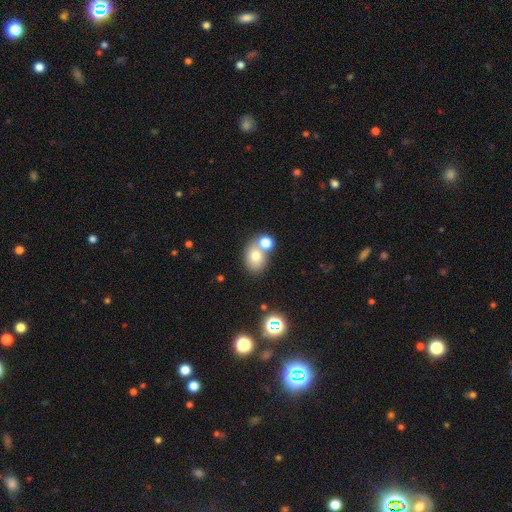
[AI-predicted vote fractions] Overall: smooth (75%). How rounded: in between (60%; round 39%). Merging: none (46%; merger 40%).